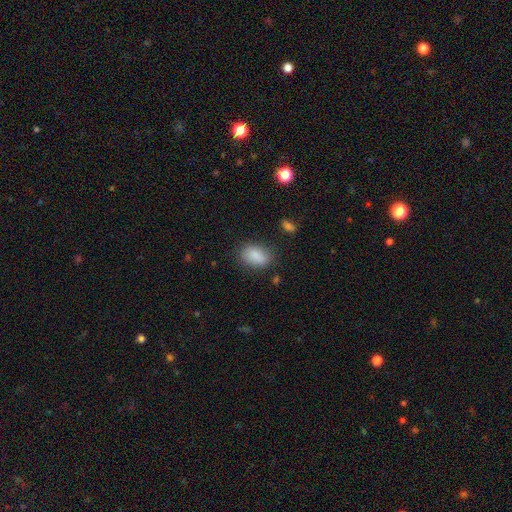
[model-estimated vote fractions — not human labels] Q: Smooth or featured?
A: smooth (86%); runner-up: star or artifact (8%)
Q: How rounded?
A: in between (88%); runner-up: round (10%)
Q: Merging?
A: none (75%); runner-up: minor disturbance (17%)